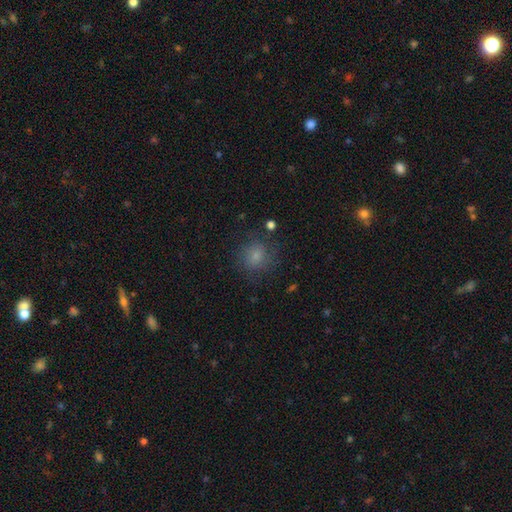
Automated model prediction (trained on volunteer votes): Smooth or featured? Predicted: smooth (p=0.74). How rounded? Predicted: round (p=0.81). Merging? Predicted: none (p=0.73).